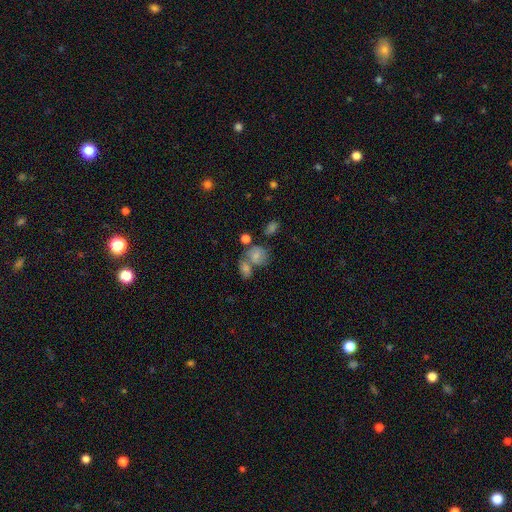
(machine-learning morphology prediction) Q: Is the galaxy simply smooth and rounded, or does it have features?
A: smooth — 49%.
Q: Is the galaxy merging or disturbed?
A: none — 42%.